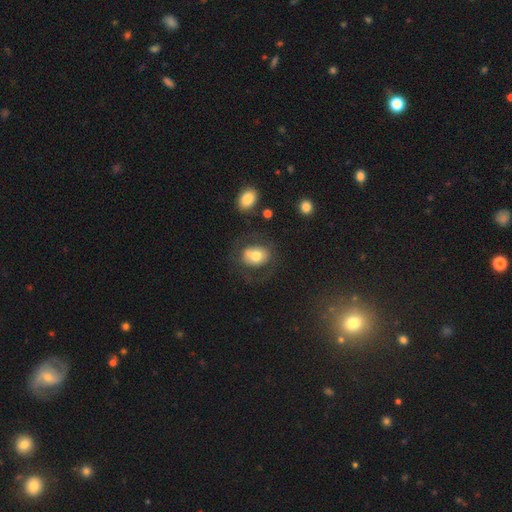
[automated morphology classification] A smooth galaxy with no disk features (64%) that is in between round and cigar-shaped (57%).

Vote fractions:
- Smooth or featured? smooth: 64% / featured or disk: 28% / star or artifact: 8%
- How rounded? in between: 57% / round: 42% / cigar-shaped: 1%
- Merging? none: 55% / minor disturbance: 18% / major disturbance: 17% / merger: 9%